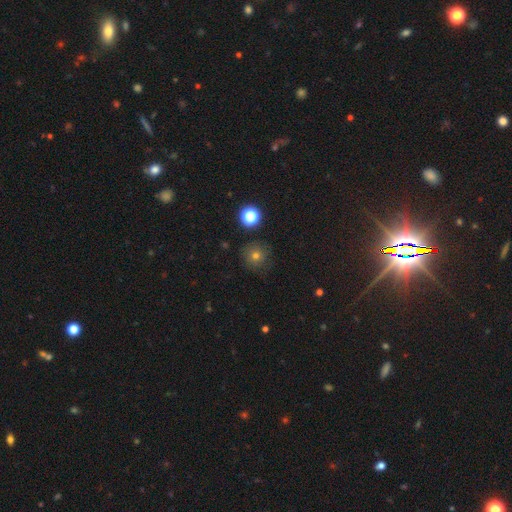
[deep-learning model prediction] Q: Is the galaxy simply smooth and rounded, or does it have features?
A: smooth — 69%.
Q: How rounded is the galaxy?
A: round — 95%.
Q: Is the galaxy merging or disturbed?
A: none — 84%.